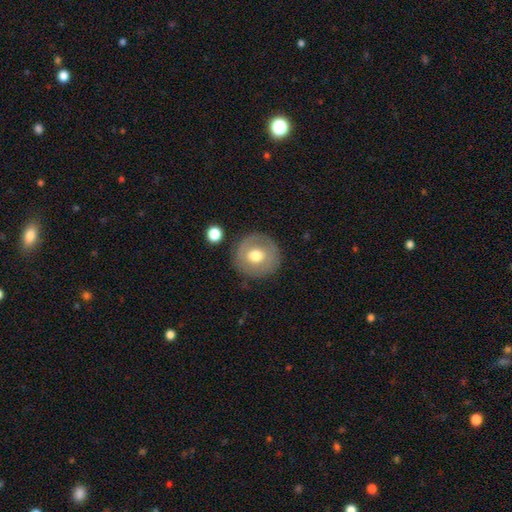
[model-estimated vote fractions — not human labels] Smooth or featured? Predicted: smooth (p=0.56). How rounded? Predicted: round (p=0.93). Merging? Predicted: none (p=0.84).